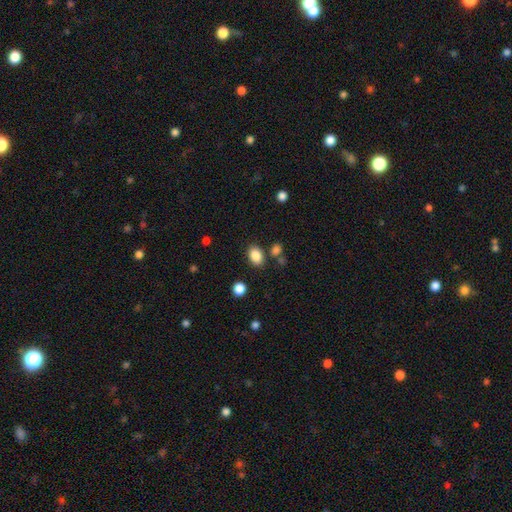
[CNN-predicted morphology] type=smooth (87%); roundness=in between (76%); merging=none (81%).